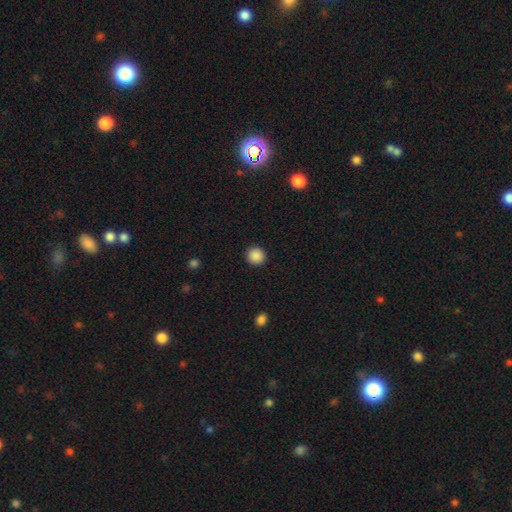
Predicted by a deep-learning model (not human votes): Smooth or featured? Predicted: smooth (p=0.89). How rounded? Predicted: round (p=0.94). Merging? Predicted: none (p=0.92).